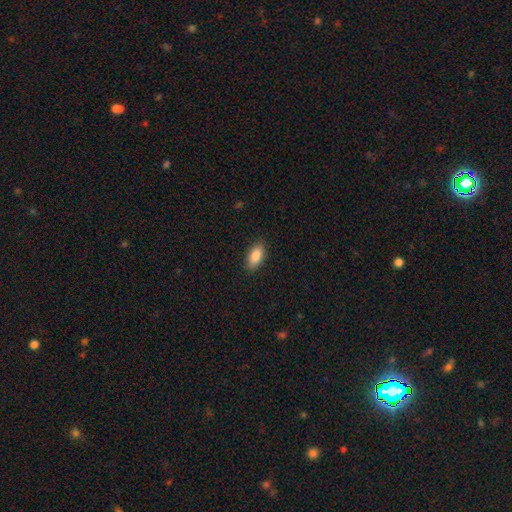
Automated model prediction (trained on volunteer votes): This is clearly a smooth galaxy (88%). How rounded: clearly in between (90%). Merging: clearly none (88%).